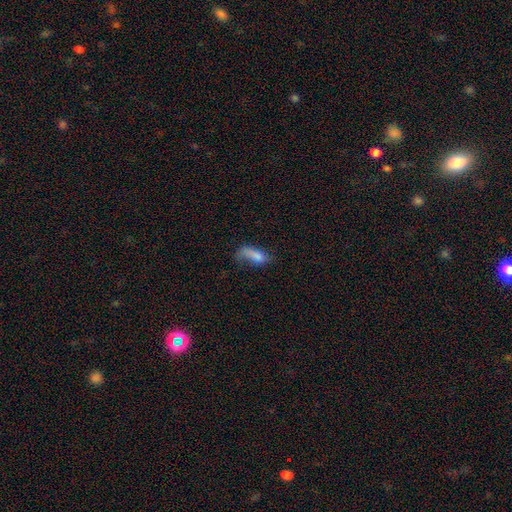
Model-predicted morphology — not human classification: A smooth galaxy with no disk features (72%) that is in between round and cigar-shaped (76%). Merging: major disturbance (37%).